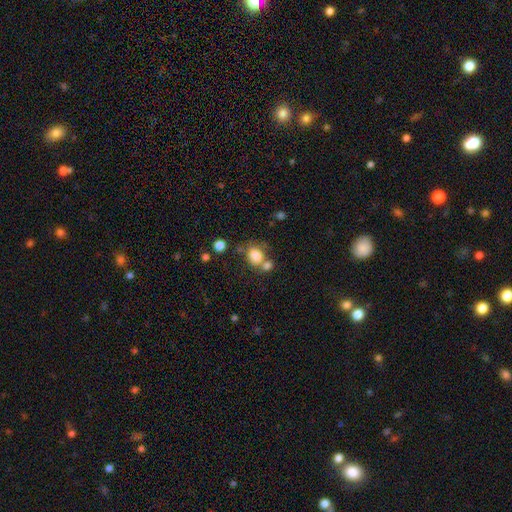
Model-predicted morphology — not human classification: smooth_or_featured: smooth (p=0.80) [alt: star or artifact p=0.11]
how_rounded: in between (p=0.50) [alt: round p=0.48]
merging: none (p=0.43) [alt: merger p=0.36]